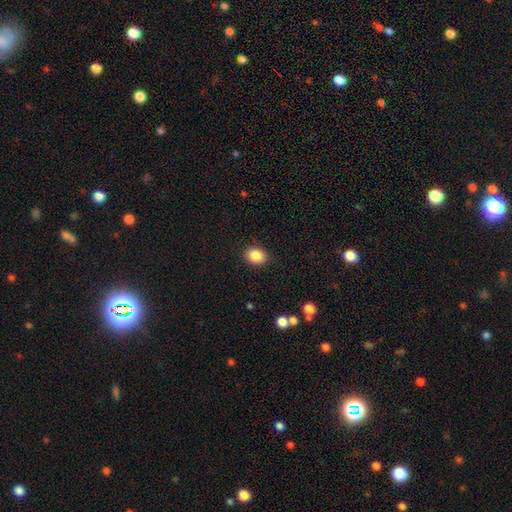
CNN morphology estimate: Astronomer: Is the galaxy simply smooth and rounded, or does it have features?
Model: smooth — 86%.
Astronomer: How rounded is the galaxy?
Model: in between — 50% (runner-up: round, 49%).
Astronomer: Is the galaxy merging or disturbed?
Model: none — 89%.